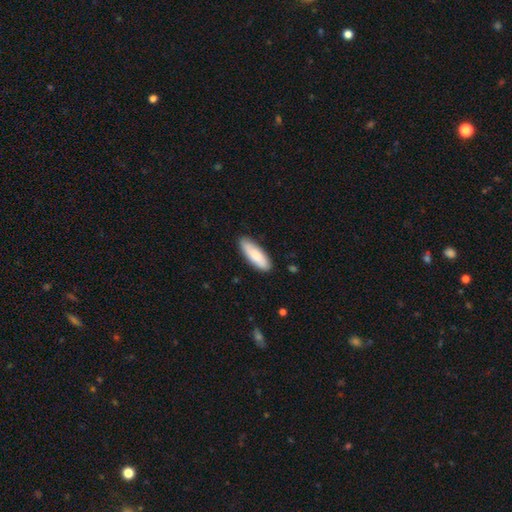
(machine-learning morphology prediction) Q: Smooth or featured?
A: smooth (82%); runner-up: featured or disk (13%)
Q: How rounded?
A: in between (54%); runner-up: cigar-shaped (44%)
Q: Merging?
A: none (87%); runner-up: minor disturbance (10%)